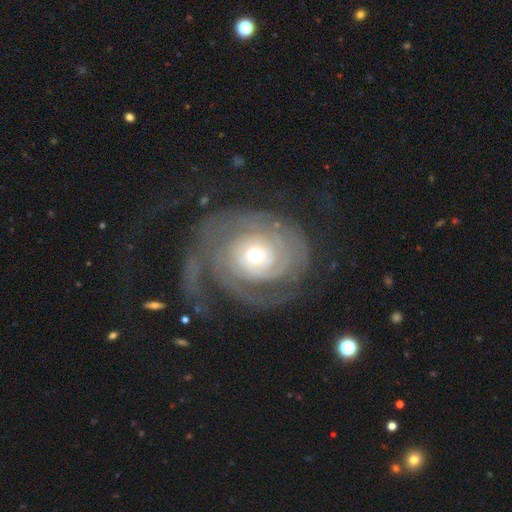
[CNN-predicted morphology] type=featured or disk (86%); edge-on=no (97%); bar=no (78%); spiral arms=yes (94%); winding=tight (75%); arm count=can't tell (31%); bulge=moderate (60%); merging=none (60%).